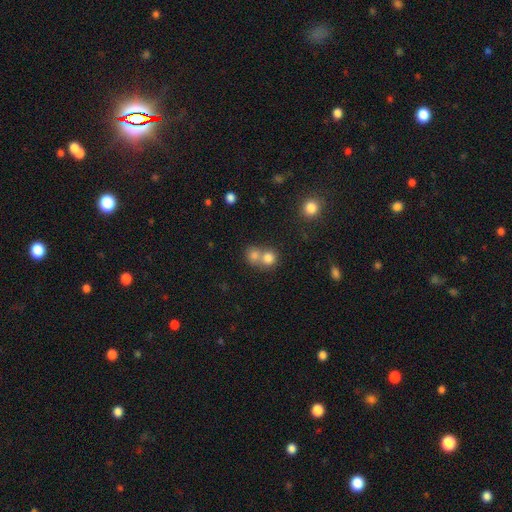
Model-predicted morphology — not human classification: Q: Smooth or featured?
A: smooth (73%); runner-up: star or artifact (15%)
Q: How rounded?
A: round (82%); runner-up: in between (17%)
Q: Merging?
A: merger (55%); runner-up: none (37%)